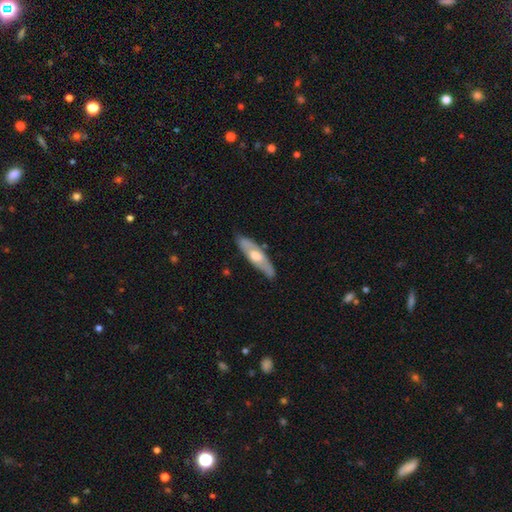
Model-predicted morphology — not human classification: This appears to be a featured or disk galaxy (56%) viewed edge-on (52%). Merging: none (84%).